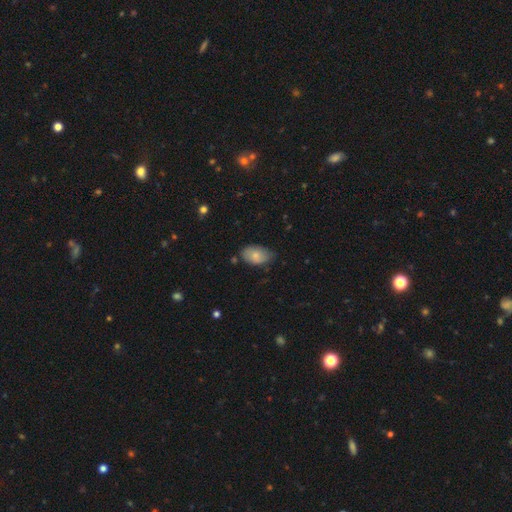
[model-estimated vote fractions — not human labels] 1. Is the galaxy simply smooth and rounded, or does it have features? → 78% smooth, 15% featured or disk, 7% star or artifact.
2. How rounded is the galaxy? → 90% in between, 9% round, 1% cigar-shaped.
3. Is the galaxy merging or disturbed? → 59% none, 34% minor disturbance, 5% major disturbance, 2% merger.